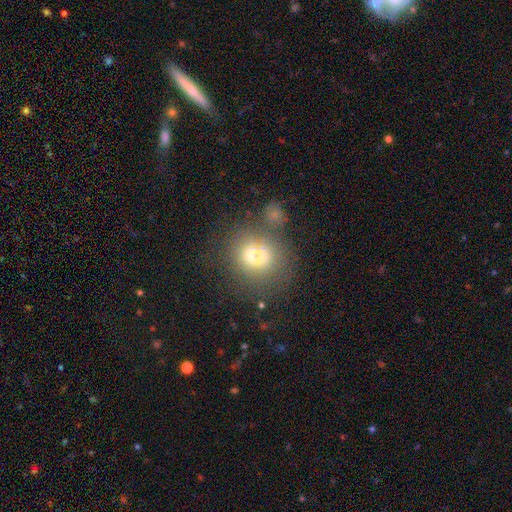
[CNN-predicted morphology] smooth-or-featured: smooth: 68% | featured or disk: 17% | star or artifact: 15%
  how-rounded: round: 79% | in between: 20% | cigar-shaped: 1%
  merging: none: 59% | merger: 18% | minor disturbance: 15% | major disturbance: 8%